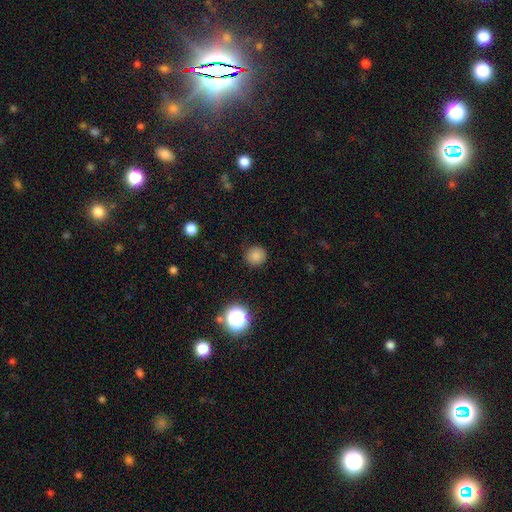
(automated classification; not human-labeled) A smooth galaxy with no disk features (82%) that is round (91%). Merging: none (89%).